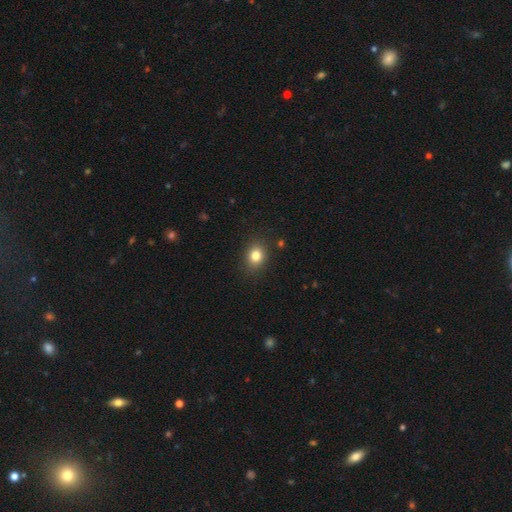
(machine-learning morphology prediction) Overall: smooth (81%). How rounded: round (56%; in between 43%). Merging: none (88%).